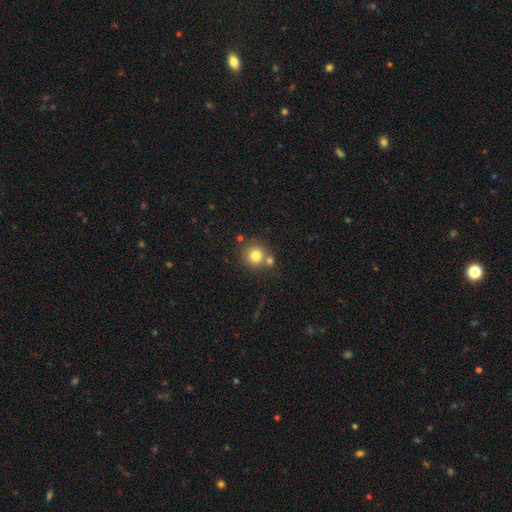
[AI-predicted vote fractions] smooth_or_featured: smooth (p=0.79) [alt: star or artifact p=0.11]
how_rounded: round (p=0.92) [alt: in between p=0.08]
merging: none (p=0.65) [alt: merger p=0.23]